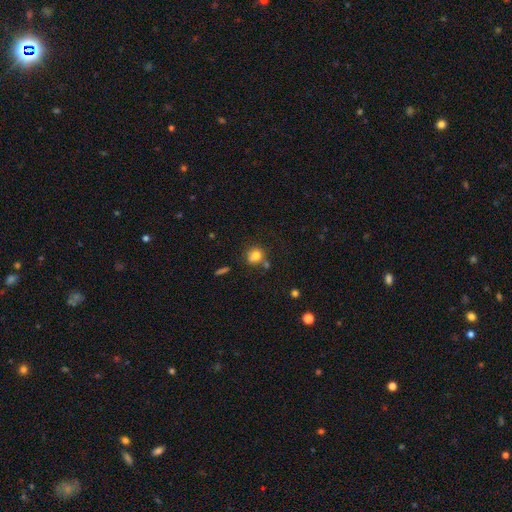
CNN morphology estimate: Smooth or featured: smooth — 78% (star or artifact — 12%)
How rounded: round — 79% (in between — 20%)
Merging: none — 62% (minor disturbance — 17%)